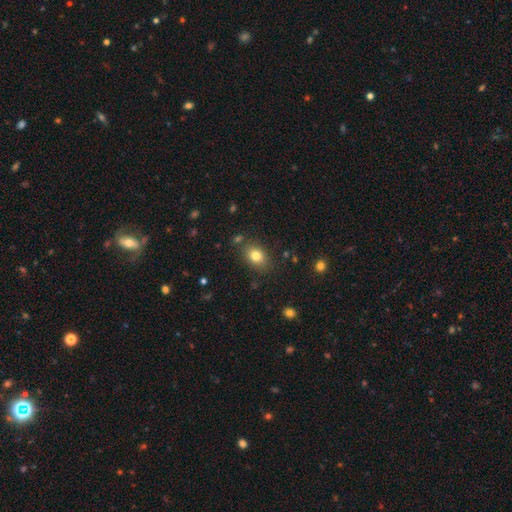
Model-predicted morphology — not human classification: smooth 80%, star or artifact 11%, featured or disk 9%. Down the decision tree: how rounded — in between (63%); merging — none (81%).